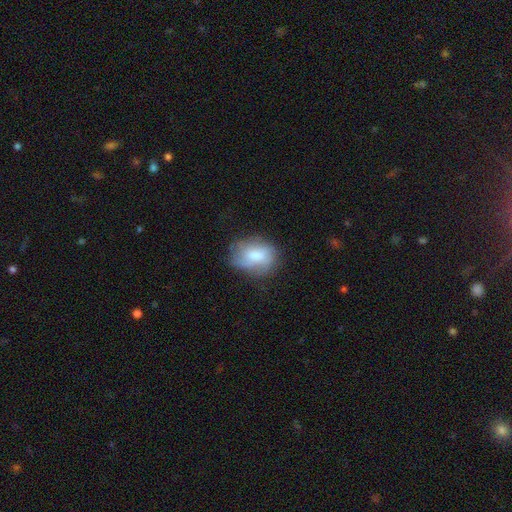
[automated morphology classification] This appears to be a smooth galaxy with no disk features (67%) that is in between round and cigar-shaped (68%). Merging: none (56%).